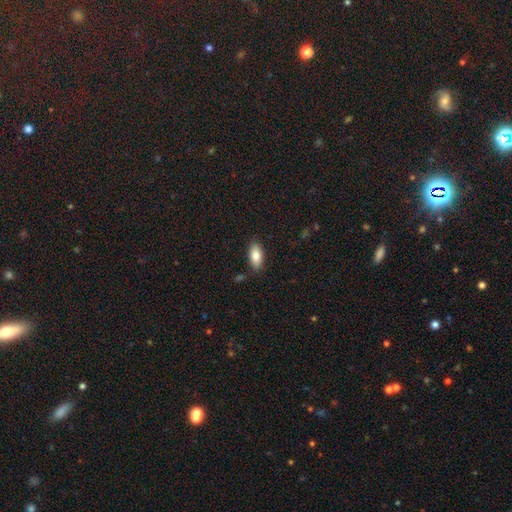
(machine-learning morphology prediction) Overall: smooth (82%). How rounded: in between (90%). Merging: none (84%).